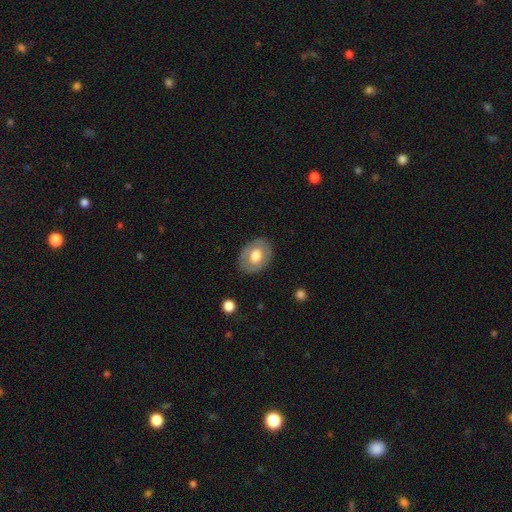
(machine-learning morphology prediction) The model was most divided on "smooth or featured": smooth: 59%, featured or disk: 35%, star or artifact: 6%. More confident: merging — none (82%); how rounded — in between (72%).